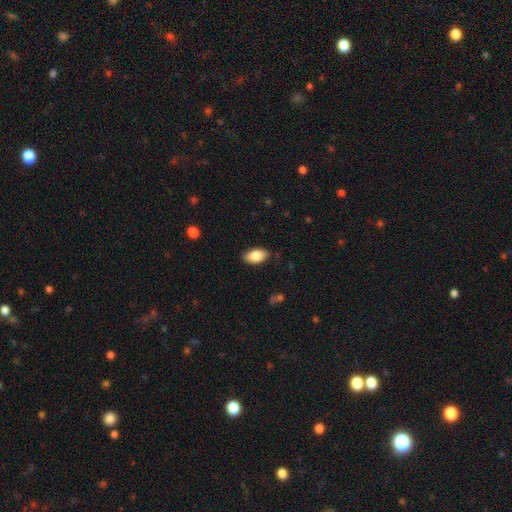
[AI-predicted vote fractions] smooth-or-featured: smooth: 82% | featured or disk: 11% | star or artifact: 7%
  how-rounded: in between: 93% | round: 4% | cigar-shaped: 3%
  merging: none: 84% | minor disturbance: 12% | major disturbance: 2% | merger: 1%